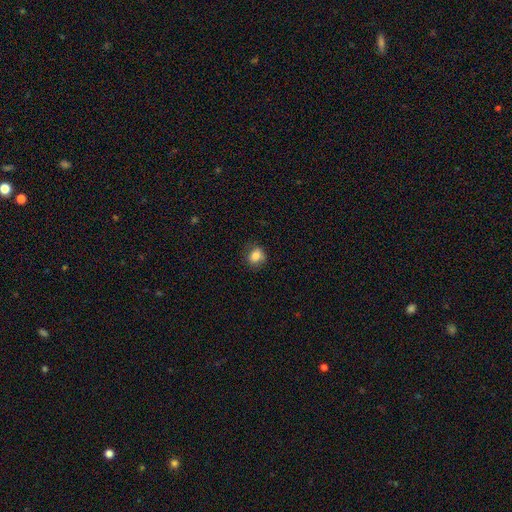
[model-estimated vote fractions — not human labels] Overall: smooth (83%). How rounded: round (58%; in between 41%). Merging: none (79%).